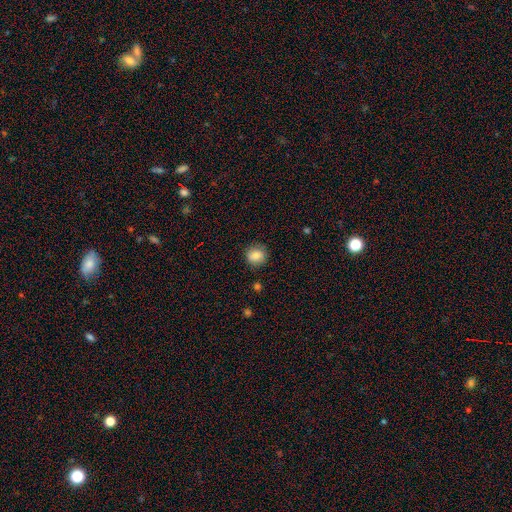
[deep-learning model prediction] This appears to be a smooth galaxy with no disk features (85%) that is round (83%). Merging: none (85%).